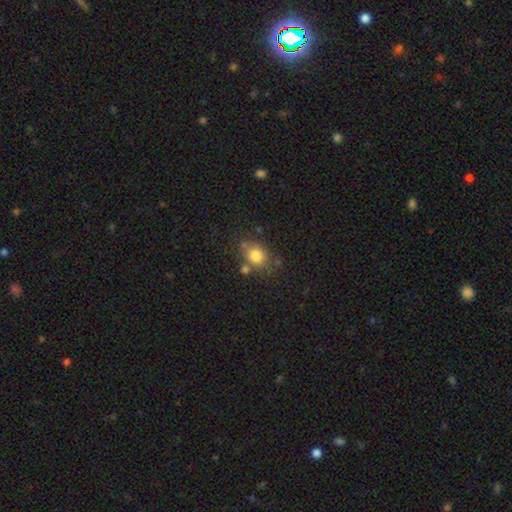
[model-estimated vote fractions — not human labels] A smooth galaxy with no disk features (80%) that is round (63%). Merging: none (65%).